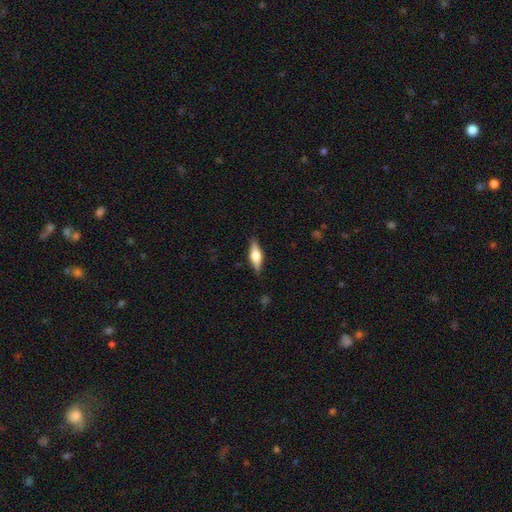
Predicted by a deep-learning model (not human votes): Overall: featured or disk (51%; smooth 42%). Edge-on disk: yes (94%). Merging: none (86%).